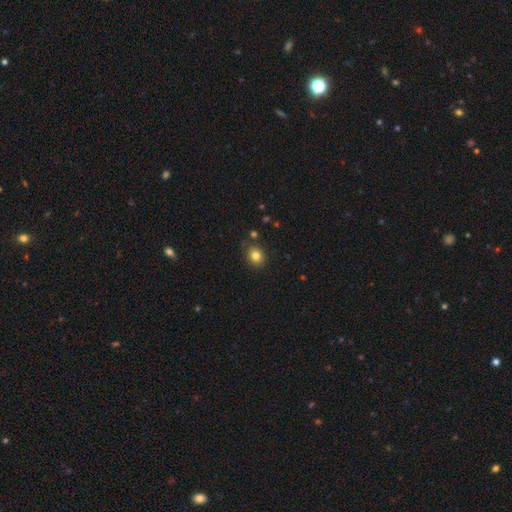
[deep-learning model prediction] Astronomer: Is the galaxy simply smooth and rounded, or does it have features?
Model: smooth — 81%.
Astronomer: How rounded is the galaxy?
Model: round — 66%.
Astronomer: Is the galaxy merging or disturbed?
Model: none — 84%.